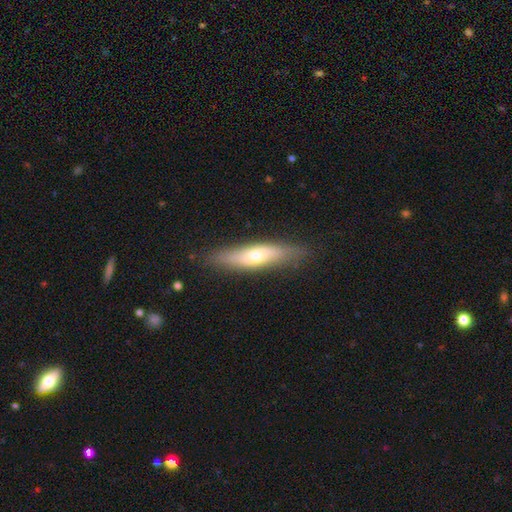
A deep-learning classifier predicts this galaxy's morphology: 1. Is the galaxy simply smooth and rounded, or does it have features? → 51% smooth, 43% featured or disk, 6% star or artifact.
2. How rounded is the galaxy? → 73% cigar-shaped, 25% in between, 2% round.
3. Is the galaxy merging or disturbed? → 83% none, 13% minor disturbance, 3% major disturbance, 1% merger.